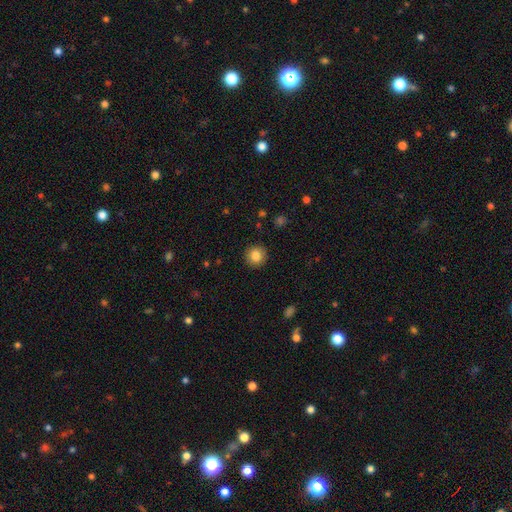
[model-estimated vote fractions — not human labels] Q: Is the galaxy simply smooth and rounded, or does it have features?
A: smooth — 84%.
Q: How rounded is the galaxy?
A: round — 93%.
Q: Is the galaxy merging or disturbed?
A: none — 92%.